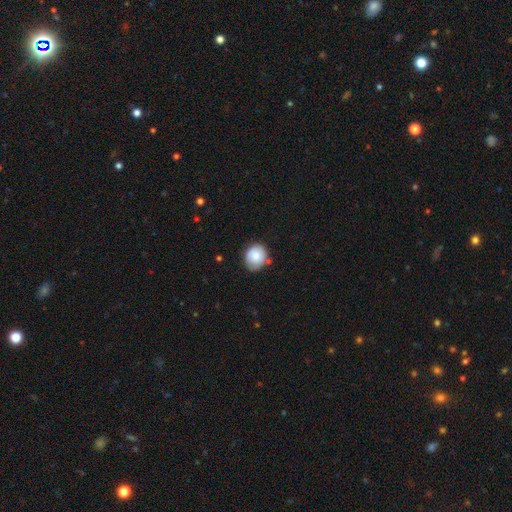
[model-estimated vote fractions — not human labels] smooth-or-featured: smooth: 80% | featured or disk: 13% | star or artifact: 8%
  how-rounded: round: 81% | in between: 18% | cigar-shaped: 1%
  merging: none: 74% | minor disturbance: 19% | merger: 3% | major disturbance: 3%